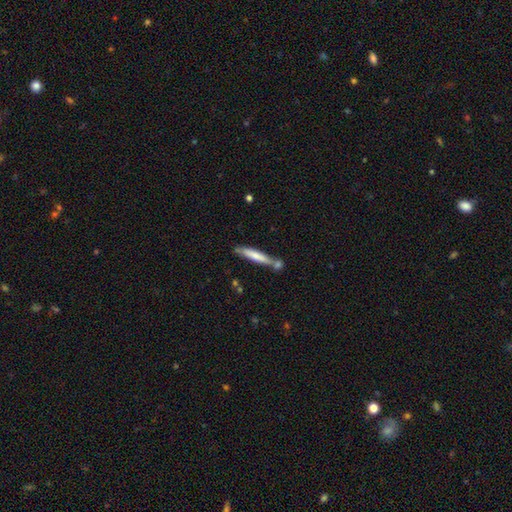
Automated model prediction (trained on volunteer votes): This appears to be a smooth galaxy with no disk features (67%) that is cigar-shaped (91%). Merging: none (61%).